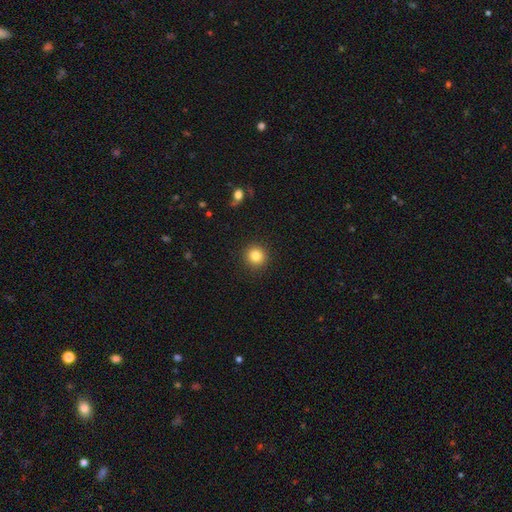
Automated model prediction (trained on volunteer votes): Morphology: type=smooth (83%); roundness=round (94%); merging=none (92%).